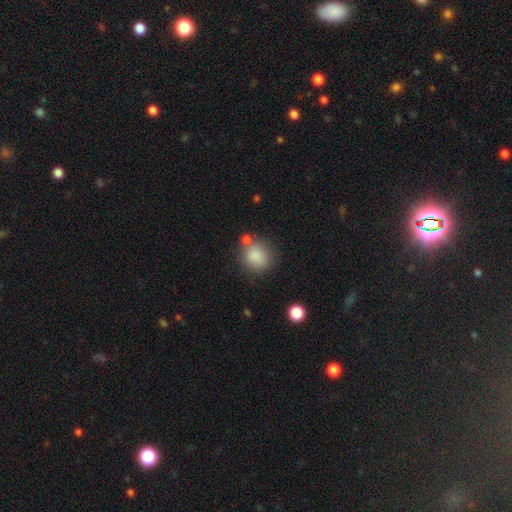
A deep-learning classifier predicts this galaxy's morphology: type=smooth (85%); roundness=round (81%); merging=none (69%).